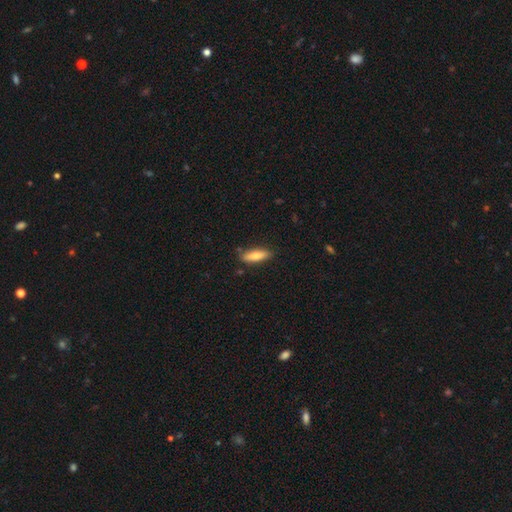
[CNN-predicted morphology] Smooth or featured?
  - smooth: 77% *
  - featured or disk: 17%
  - star or artifact: 6%
How rounded?
  - cigar-shaped: 52% *
  - in between: 46%
  - round: 2%
Merging?
  - none: 82% *
  - minor disturbance: 13%
  - major disturbance: 2%
  - merger: 2%